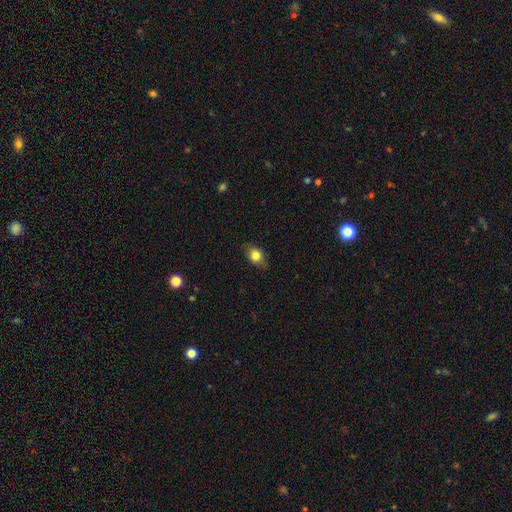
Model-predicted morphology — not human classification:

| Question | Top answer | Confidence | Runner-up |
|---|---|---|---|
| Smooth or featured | smooth | 78% | featured or disk (13%) |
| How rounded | in between | 65% | round (32%) |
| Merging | none | 79% | minor disturbance (17%) |